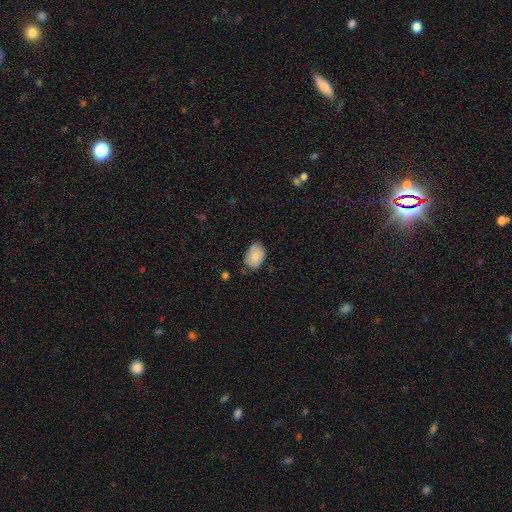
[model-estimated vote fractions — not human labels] Smooth or featured?
  - smooth: 81% *
  - featured or disk: 12%
  - star or artifact: 7%
How rounded?
  - in between: 83% *
  - round: 16%
  - cigar-shaped: 1%
Merging?
  - none: 73% *
  - minor disturbance: 22%
  - major disturbance: 4%
  - merger: 2%